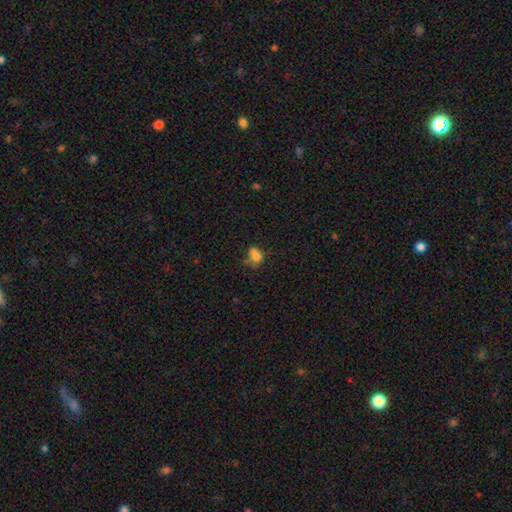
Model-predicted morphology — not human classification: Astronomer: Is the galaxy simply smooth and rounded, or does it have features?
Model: smooth — 68%.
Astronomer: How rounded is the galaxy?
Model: in between — 54% (runner-up: round, 45%).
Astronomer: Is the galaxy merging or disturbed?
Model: merger — 40% (runner-up: none, 31%).